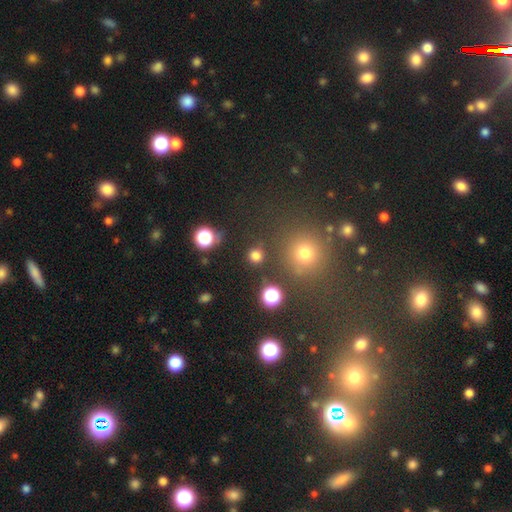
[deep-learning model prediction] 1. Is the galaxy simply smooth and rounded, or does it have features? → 76% smooth, 19% star or artifact, 5% featured or disk.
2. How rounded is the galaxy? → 92% round, 7% in between, 1% cigar-shaped.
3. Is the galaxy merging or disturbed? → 85% none, 8% minor disturbance, 4% merger, 3% major disturbance.